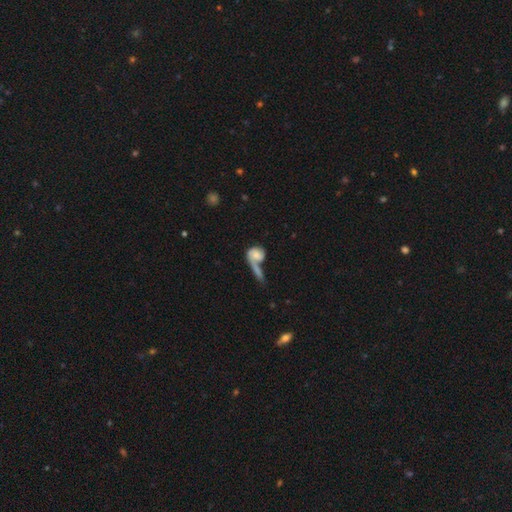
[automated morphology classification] Q: Smooth or featured?
A: featured or disk (51%); runner-up: smooth (42%)
Q: Edge-on disk?
A: no (93%); runner-up: yes (7%)
Q: Merging?
A: merger (43%); runner-up: none (25%)